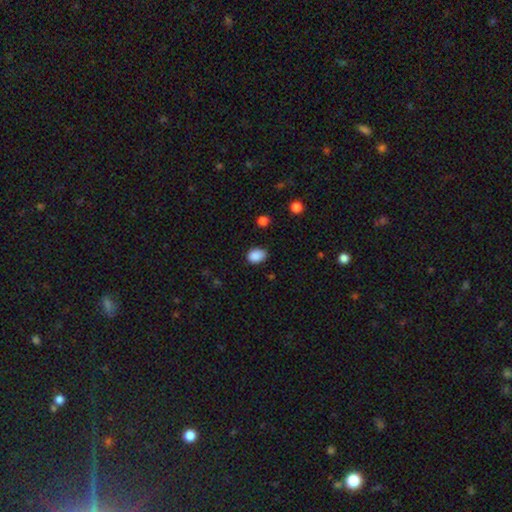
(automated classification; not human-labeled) A smooth galaxy with no disk features (88%) that is in between round and cigar-shaped (73%). Merging: none (80%).